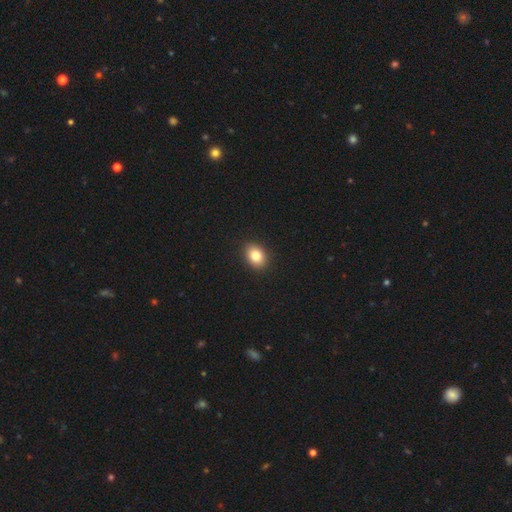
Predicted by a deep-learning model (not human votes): A smooth galaxy with no disk features (82%) that is in between round and cigar-shaped (60%). Merging: none (91%).